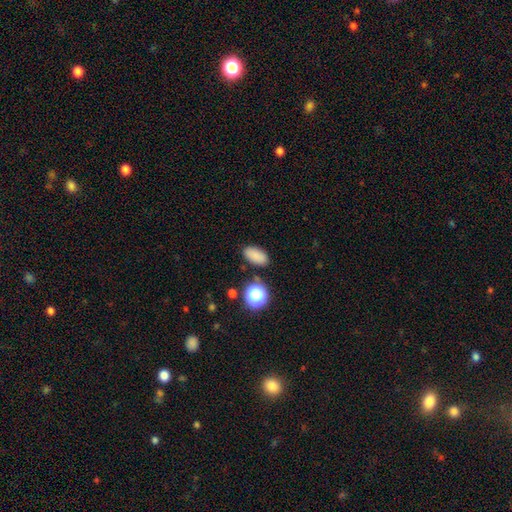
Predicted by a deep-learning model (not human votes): smooth 83%, star or artifact 12%, featured or disk 5%. Down the decision tree: how rounded — in between (89%); merging — none (84%).